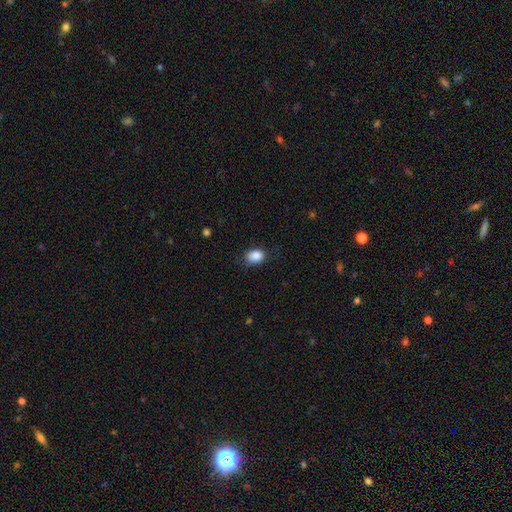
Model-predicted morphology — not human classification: Smooth or featured?
  - smooth: 87% *
  - star or artifact: 9%
  - featured or disk: 4%
How rounded?
  - in between: 61% *
  - round: 38%
  - cigar-shaped: 1%
Merging?
  - none: 77% *
  - minor disturbance: 17%
  - major disturbance: 4%
  - merger: 1%